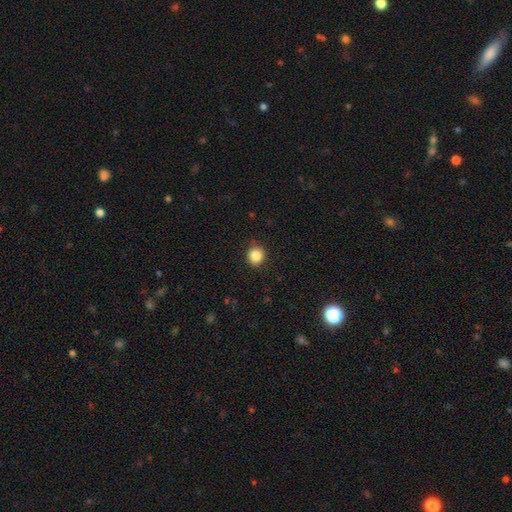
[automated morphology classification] The model was most divided on "how rounded": round: 84%, in between: 15%, cigar-shaped: 1%. More confident: merging — none (87%); smooth or featured — smooth (85%).